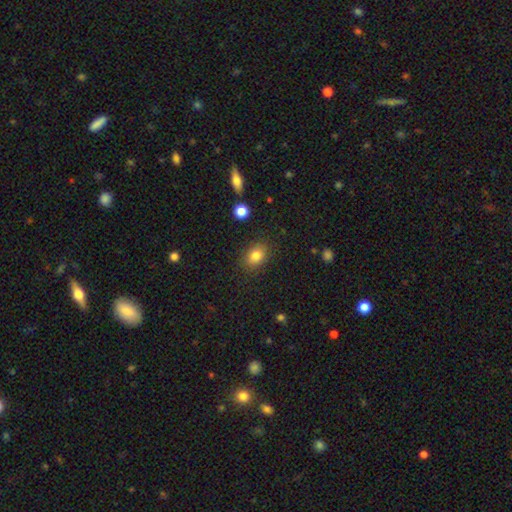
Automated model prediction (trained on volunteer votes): smooth_or_featured: smooth (p=0.83) [alt: star or artifact p=0.10]
how_rounded: in between (p=0.61) [alt: round p=0.38]
merging: none (p=0.84) [alt: minor disturbance p=0.11]